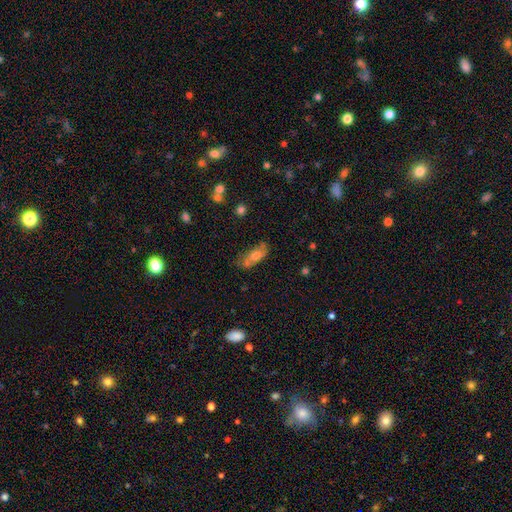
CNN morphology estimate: Overall: smooth (56%; featured or disk 35%). How rounded: in between (77%). Merging: none (53%; minor disturbance 27%).